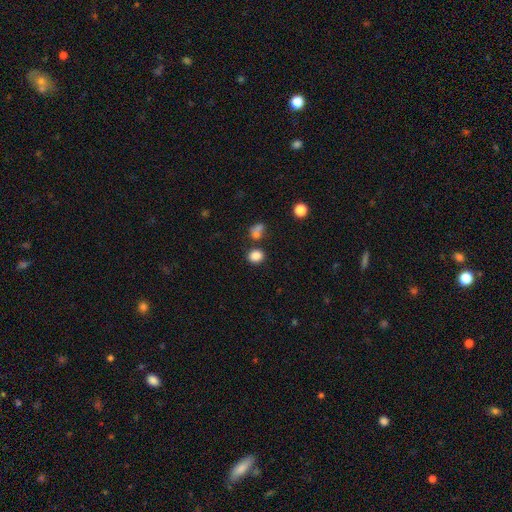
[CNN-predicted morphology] Q: Smooth or featured?
A: smooth (85%); runner-up: star or artifact (11%)
Q: How rounded?
A: round (57%); runner-up: in between (42%)
Q: Merging?
A: none (71%); runner-up: merger (13%)